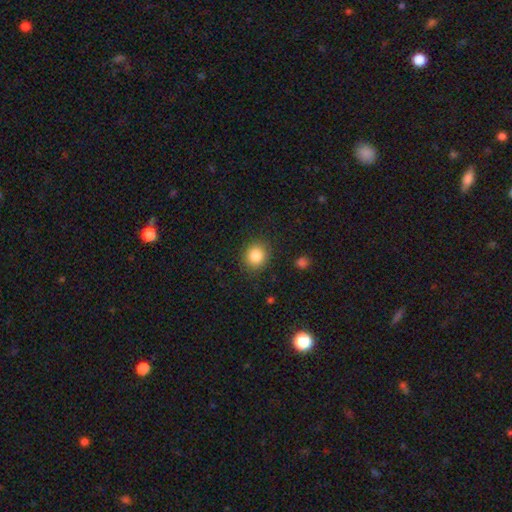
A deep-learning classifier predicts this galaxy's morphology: A smooth galaxy with no disk features (84%) that is round (81%). Merging: none (87%).